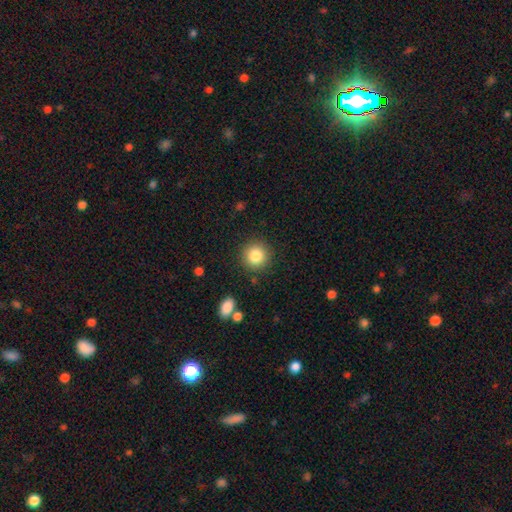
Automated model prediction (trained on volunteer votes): A smooth galaxy with no disk features (84%) that is round (93%).

Vote fractions:
- Smooth or featured? smooth: 84% / star or artifact: 10% / featured or disk: 6%
- How rounded? round: 93% / in between: 6% / cigar-shaped: 1%
- Merging? none: 88% / minor disturbance: 7% / major disturbance: 3% / merger: 2%